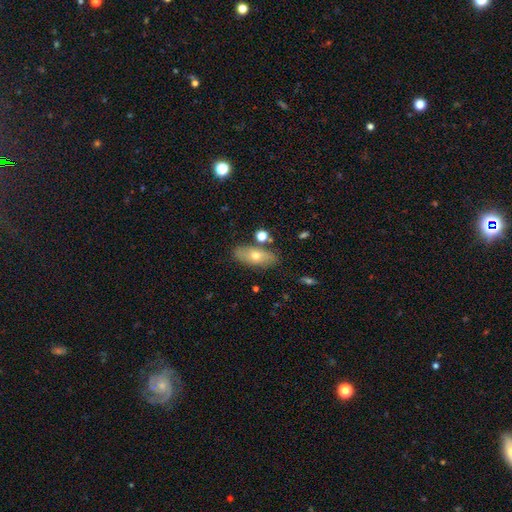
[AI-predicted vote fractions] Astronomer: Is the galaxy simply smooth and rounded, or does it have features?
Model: smooth — 59%.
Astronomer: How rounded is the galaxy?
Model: in between — 78%.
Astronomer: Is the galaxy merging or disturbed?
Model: none — 80%.